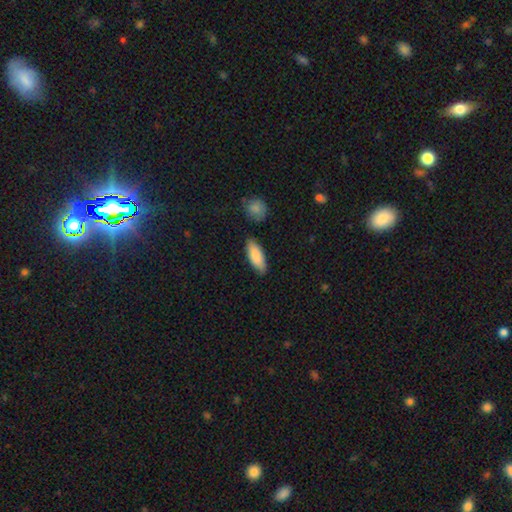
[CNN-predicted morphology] A smooth galaxy with no disk features (86%) that is in between round and cigar-shaped (77%).

Vote fractions:
- Smooth or featured? smooth: 86% / featured or disk: 8% / star or artifact: 6%
- How rounded? in between: 77% / cigar-shaped: 22% / round: 2%
- Merging? none: 80% / minor disturbance: 15% / merger: 3% / major disturbance: 3%